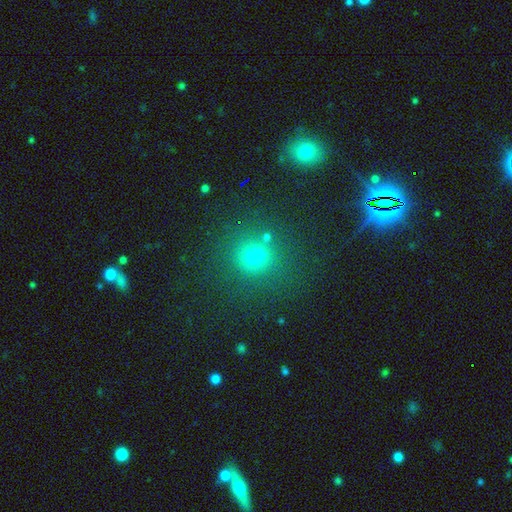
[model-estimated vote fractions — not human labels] The model was most divided on "merging": none: 53%, merger: 35%, minor disturbance: 8%, major disturbance: 4%. More confident: how rounded — round (83%); smooth or featured — smooth (52%).